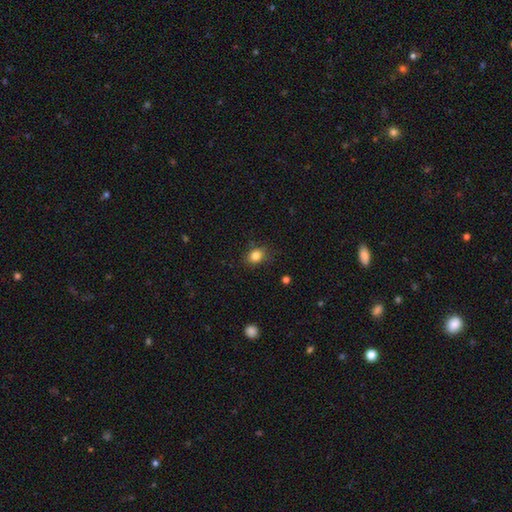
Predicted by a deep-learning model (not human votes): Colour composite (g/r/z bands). It shows a smooth galaxy with no disk features (84%) that is in between round and cigar-shaped (55%). Merging: none (79%).